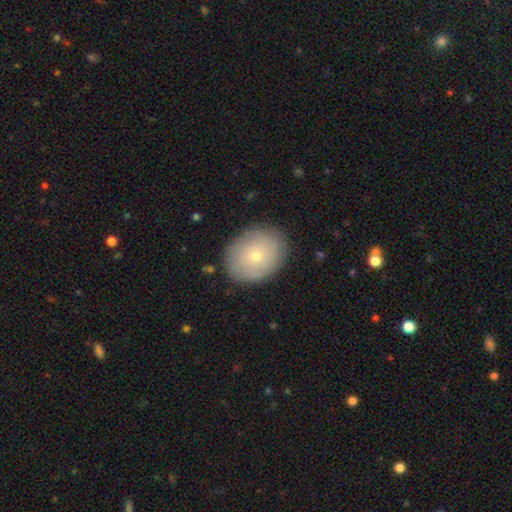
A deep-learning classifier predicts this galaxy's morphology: A smooth galaxy with no disk features (66%) that is in between round and cigar-shaped (57%).

Vote fractions:
- Smooth or featured? smooth: 66% / featured or disk: 27% / star or artifact: 7%
- How rounded? in between: 57% / round: 42% / cigar-shaped: 1%
- Merging? none: 85% / minor disturbance: 11% / major disturbance: 3% / merger: 1%